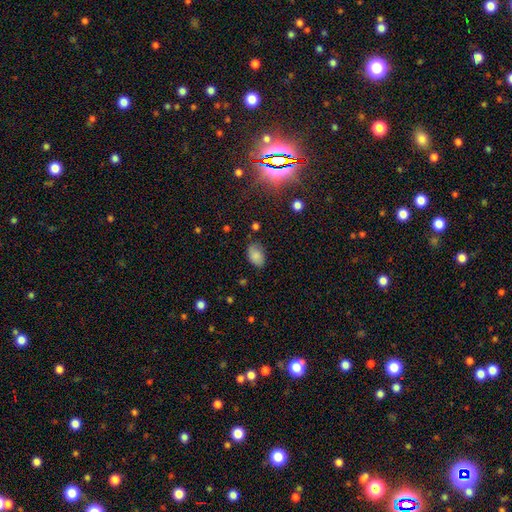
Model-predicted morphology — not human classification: type=smooth (81%); roundness=in between (87%); merging=none (71%).